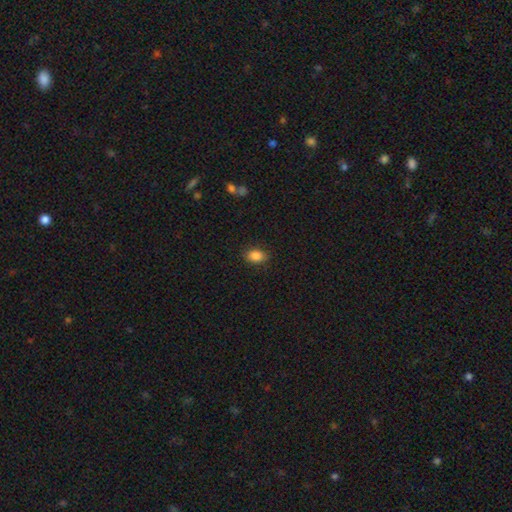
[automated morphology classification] smooth-or-featured: smooth: 87% | star or artifact: 9% | featured or disk: 5%
  how-rounded: in between: 84% | round: 15% | cigar-shaped: 2%
  merging: none: 87% | minor disturbance: 10% | major disturbance: 3% | merger: 1%